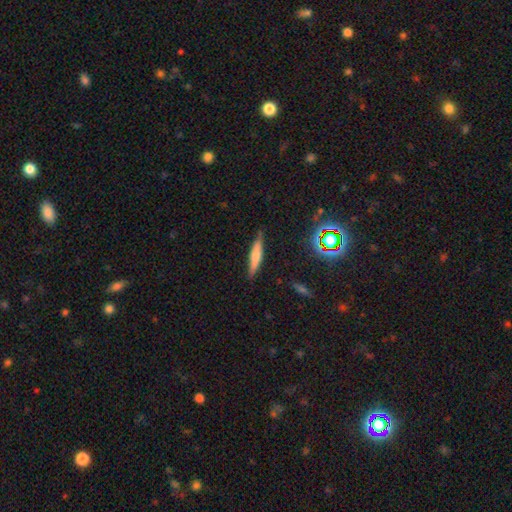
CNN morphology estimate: smooth_or_featured: smooth (p=0.57) [alt: featured or disk p=0.35]
how_rounded: cigar-shaped (p=0.86) [alt: in between p=0.13]
merging: none (p=0.82) [alt: minor disturbance p=0.14]